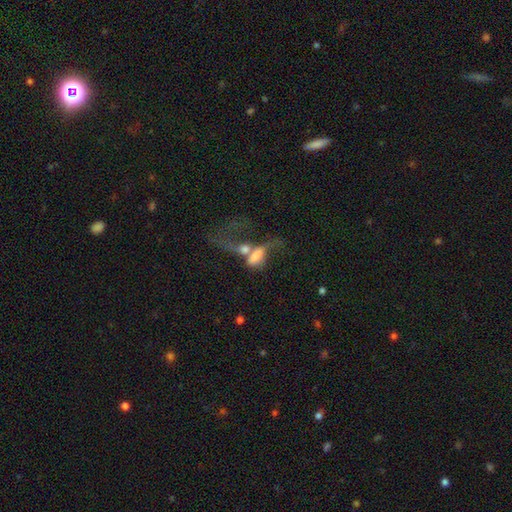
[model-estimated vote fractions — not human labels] The model was most divided on "smooth or featured": smooth: 50%, featured or disk: 38%, star or artifact: 12%. More confident: how rounded — in between (79%); merging — merger (65%).